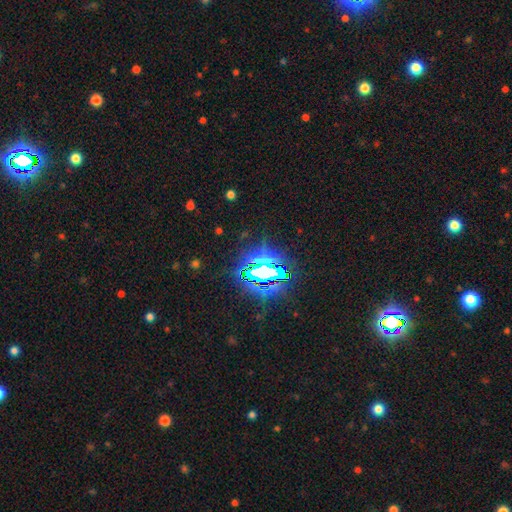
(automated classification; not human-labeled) A star or artifact, not a galaxy (83%).